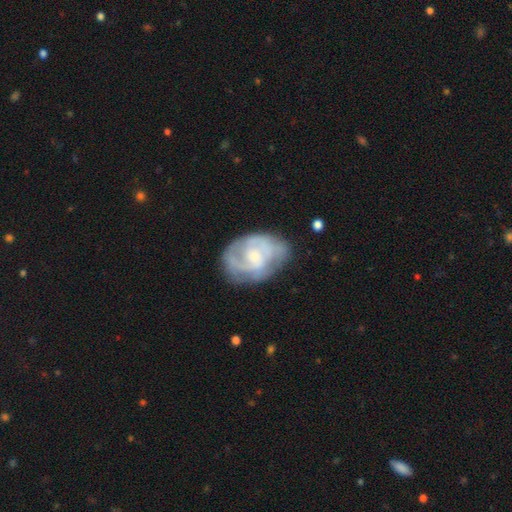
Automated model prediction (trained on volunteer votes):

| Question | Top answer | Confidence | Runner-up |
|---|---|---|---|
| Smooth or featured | featured or disk | 76% | smooth (19%) |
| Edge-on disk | no | 97% | yes (3%) |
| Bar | no | 59% | weak (35%) |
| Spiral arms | yes | 86% | no (14%) |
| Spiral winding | tight | 44% | medium (41%) |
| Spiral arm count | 2 | 45% | can't tell (30%) |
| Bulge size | small | 54% | moderate (34%) |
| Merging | none | 64% | minor disturbance (23%) |